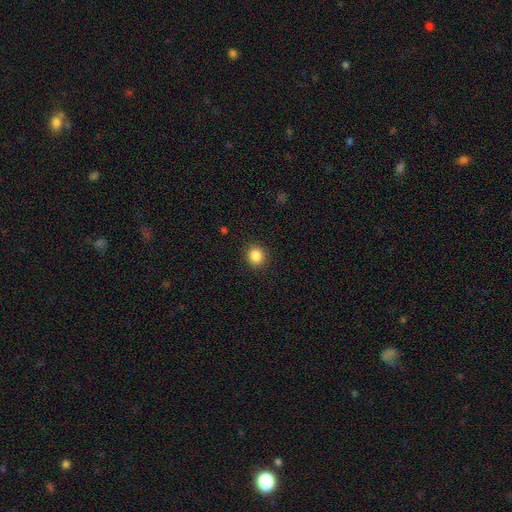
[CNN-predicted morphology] smooth 87%, star or artifact 10%, featured or disk 4%. Down the decision tree: how rounded — round (82%); merging — none (90%).